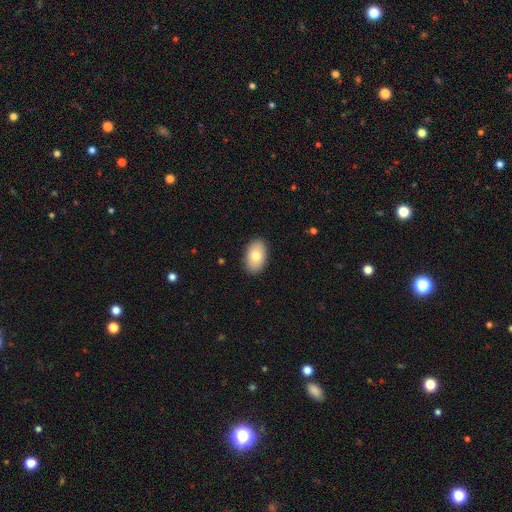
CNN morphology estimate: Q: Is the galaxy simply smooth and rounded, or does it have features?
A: smooth — 78%.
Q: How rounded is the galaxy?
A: in between — 93%.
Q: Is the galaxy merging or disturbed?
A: none — 89%.